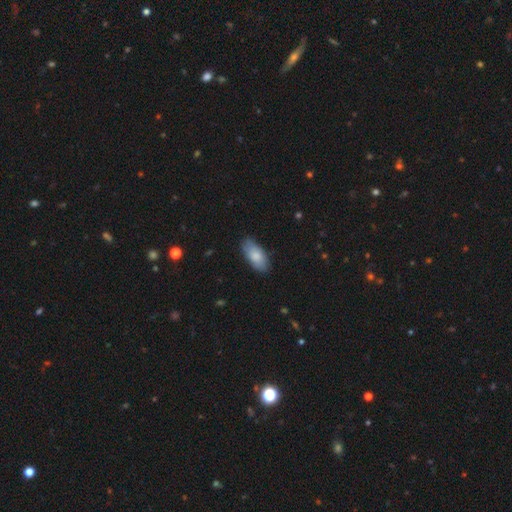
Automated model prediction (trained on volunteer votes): A smooth galaxy with no disk features (82%) that is in between round and cigar-shaped (90%). Merging: none (80%).